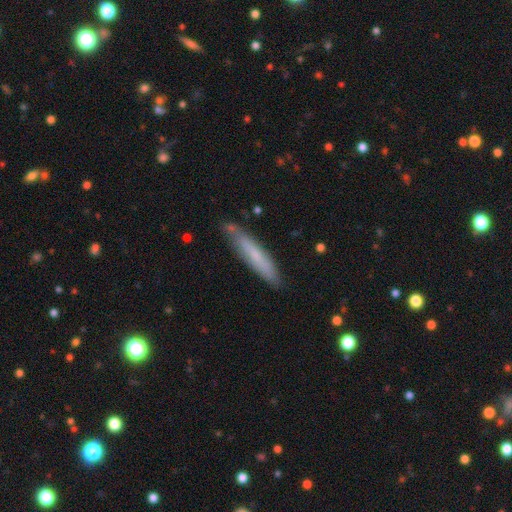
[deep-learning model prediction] smooth_or_featured: smooth (p=0.62) [alt: featured or disk p=0.32]
how_rounded: cigar-shaped (p=0.90) [alt: in between p=0.09]
merging: none (p=0.78) [alt: minor disturbance p=0.17]